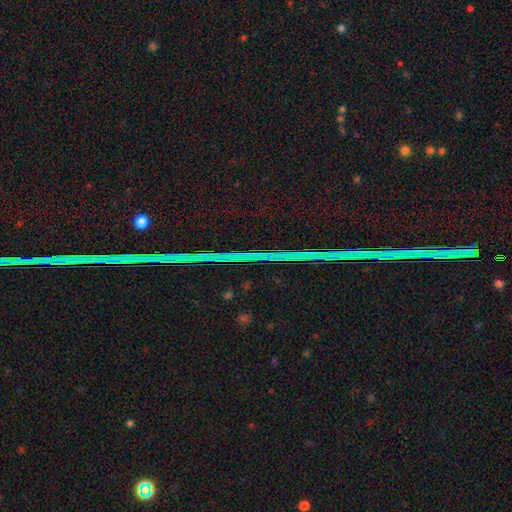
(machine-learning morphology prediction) Smooth or featured: star or artifact — 89% (featured or disk — 7%)